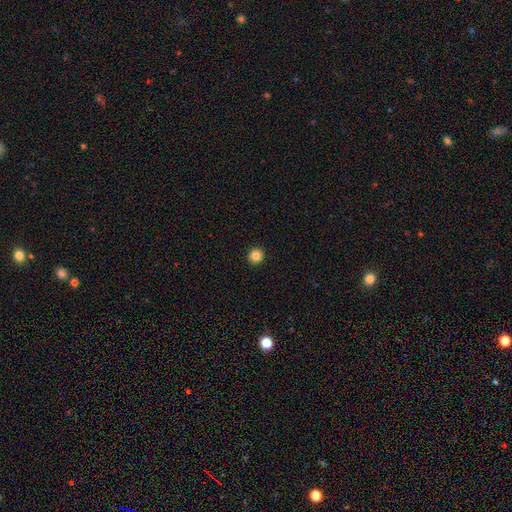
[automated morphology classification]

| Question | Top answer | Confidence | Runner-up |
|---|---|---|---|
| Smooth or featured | smooth | 84% | star or artifact (11%) |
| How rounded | round | 94% | in between (5%) |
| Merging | none | 94% | minor disturbance (4%) |